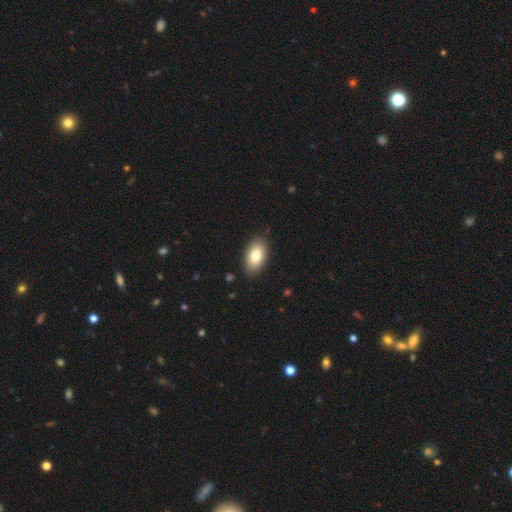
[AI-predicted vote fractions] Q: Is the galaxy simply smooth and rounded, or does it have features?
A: smooth — 79%.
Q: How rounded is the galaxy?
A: in between — 92%.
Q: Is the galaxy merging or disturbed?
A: none — 86%.